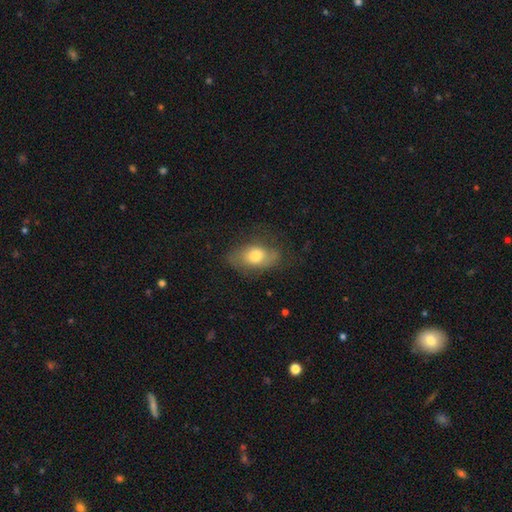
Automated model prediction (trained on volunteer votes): This appears to be a smooth galaxy with no disk features (63%) that is in between round and cigar-shaped (85%). Merging: none (63%).